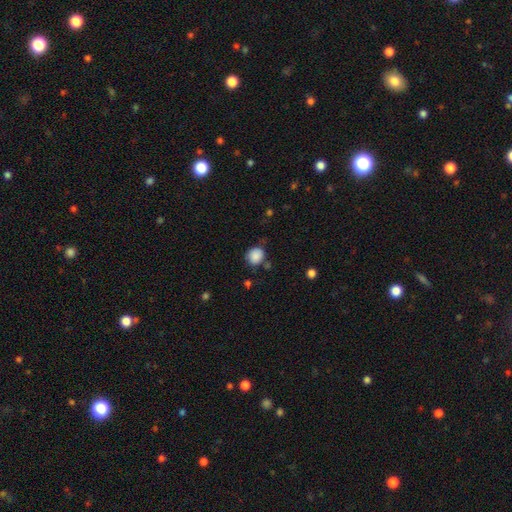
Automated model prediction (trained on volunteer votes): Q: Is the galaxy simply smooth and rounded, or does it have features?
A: smooth — 87%.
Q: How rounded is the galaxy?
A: round — 80%.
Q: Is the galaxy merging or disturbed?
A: none — 74%.